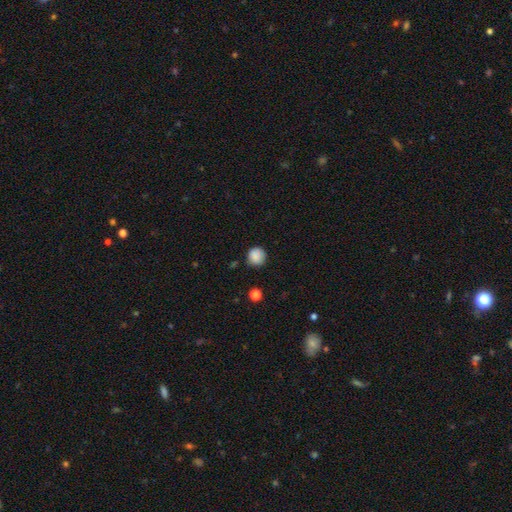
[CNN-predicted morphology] Overall: smooth (87%). How rounded: round (92%). Merging: none (82%).